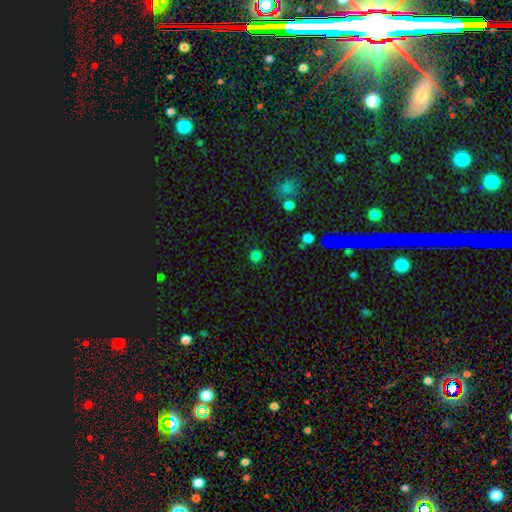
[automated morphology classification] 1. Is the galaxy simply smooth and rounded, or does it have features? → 78% smooth, 18% star or artifact, 4% featured or disk.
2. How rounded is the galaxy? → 91% round, 8% in between, 1% cigar-shaped.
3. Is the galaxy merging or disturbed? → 87% none, 8% minor disturbance, 3% major disturbance, 2% merger.